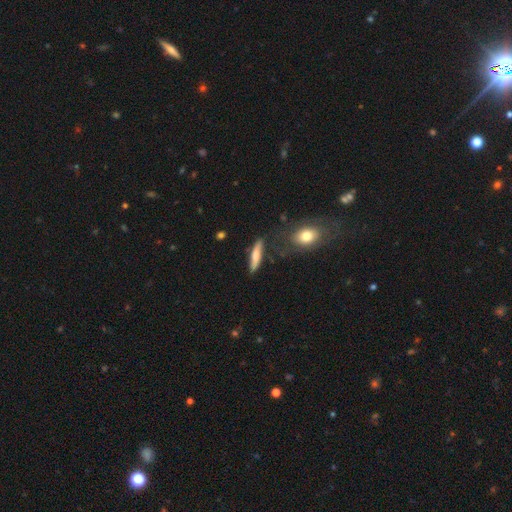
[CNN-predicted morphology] type=smooth (63%); roundness=cigar-shaped (82%); merging=none (70%).